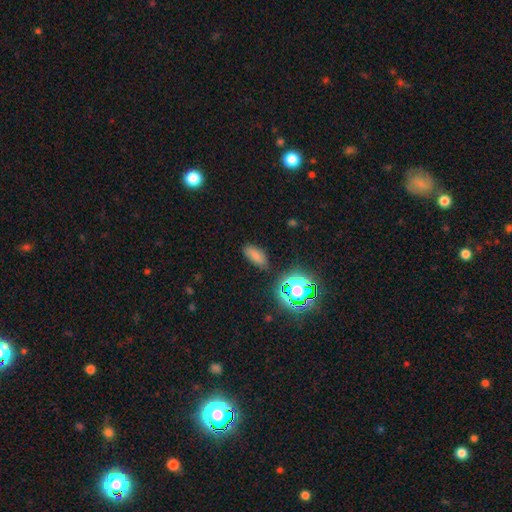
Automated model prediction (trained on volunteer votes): Smooth or featured? smooth (71%)
How rounded? in between (87%)
Merging? none (80%)